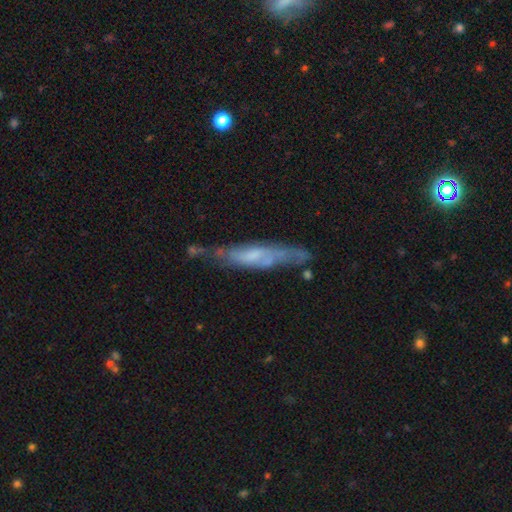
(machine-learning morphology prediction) smooth-or-featured: featured or disk: 62% | smooth: 32% | star or artifact: 7%
  disk-edge-on: yes: 56% | no: 44%
  merging: none: 55% | minor disturbance: 27% | major disturbance: 11% | merger: 7%